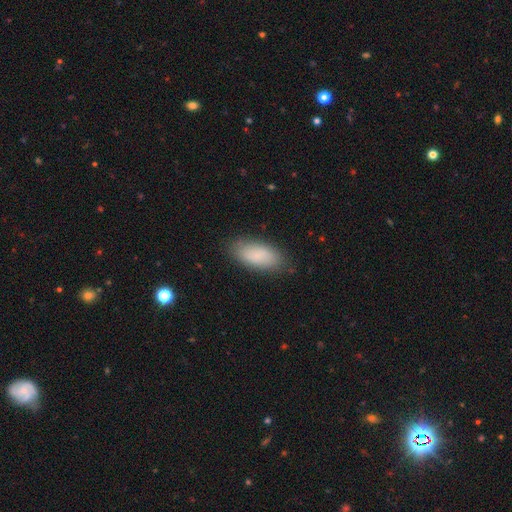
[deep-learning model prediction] This is clearly a smooth galaxy (84%). How rounded: clearly in between (85%). Merging: clearly none (83%).